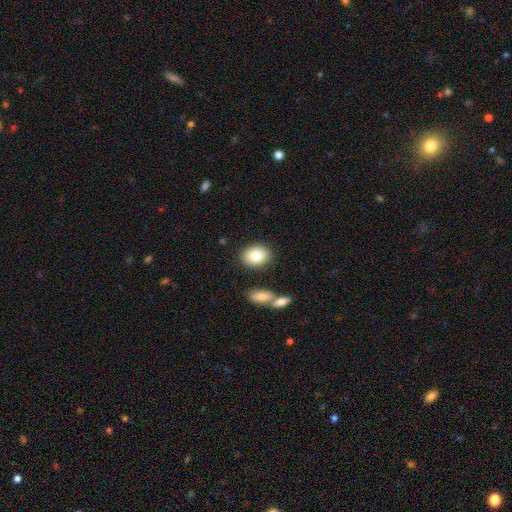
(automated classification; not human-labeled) A smooth galaxy with no disk features (81%) that is in between round and cigar-shaped (69%). Merging: none (82%).